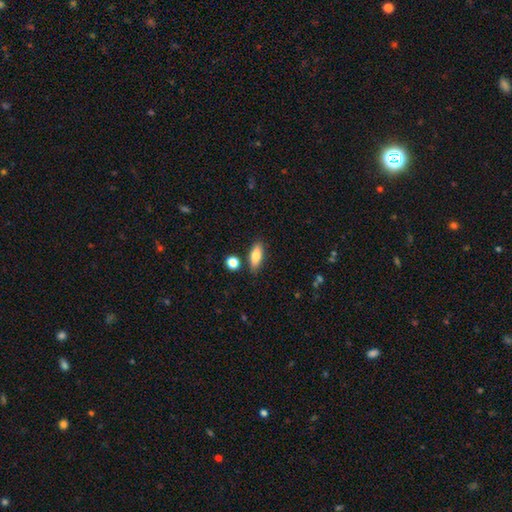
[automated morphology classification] smooth 79%, featured or disk 13%, star or artifact 7%. Down the decision tree: how rounded — in between (68%); merging — none (81%).